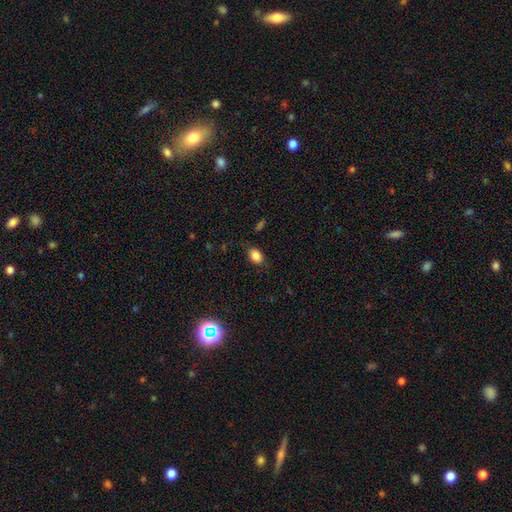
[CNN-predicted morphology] Smooth or featured: smooth — 85% (star or artifact — 10%)
How rounded: in between — 78% (round — 20%)
Merging: none — 78% (minor disturbance — 16%)